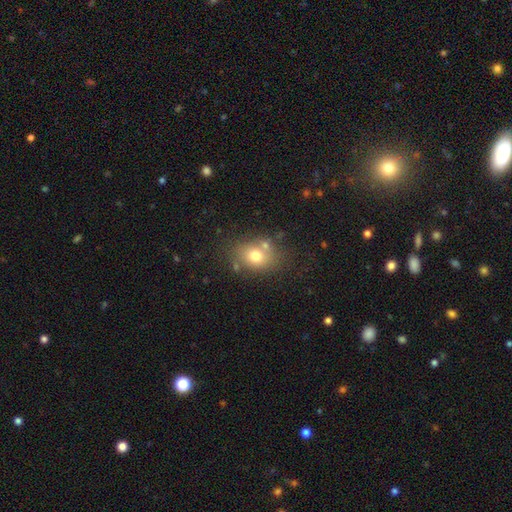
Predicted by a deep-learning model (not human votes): smooth 72%, featured or disk 16%, star or artifact 12%. Down the decision tree: how rounded — in between (54%); merging — none (65%).